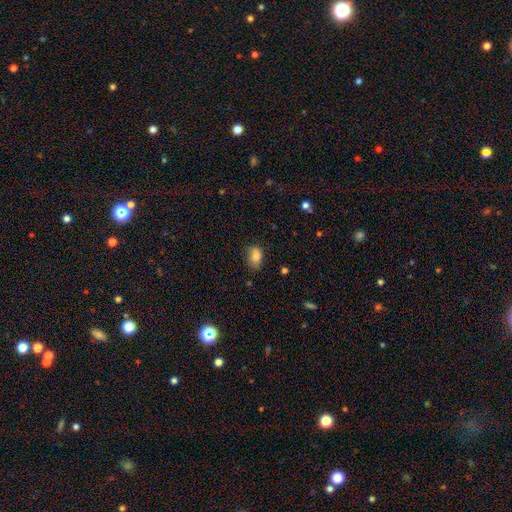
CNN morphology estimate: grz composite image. It shows a smooth galaxy with no disk features (85%) that is in between round and cigar-shaped (86%). Merging: none (73%).